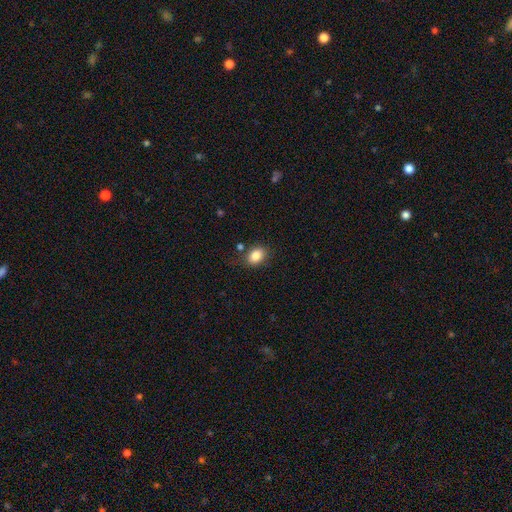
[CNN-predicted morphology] Smooth or featured? smooth (85%)
How rounded? in between (69%)
Merging? none (75%)